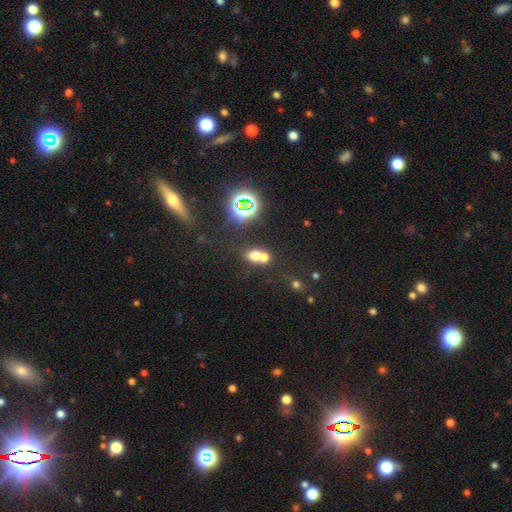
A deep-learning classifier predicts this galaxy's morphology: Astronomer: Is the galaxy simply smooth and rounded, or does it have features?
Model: smooth — 60%.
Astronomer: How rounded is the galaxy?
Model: in between — 50% (runner-up: round, 48%).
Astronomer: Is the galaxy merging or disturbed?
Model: merger — 55% (runner-up: none, 33%).